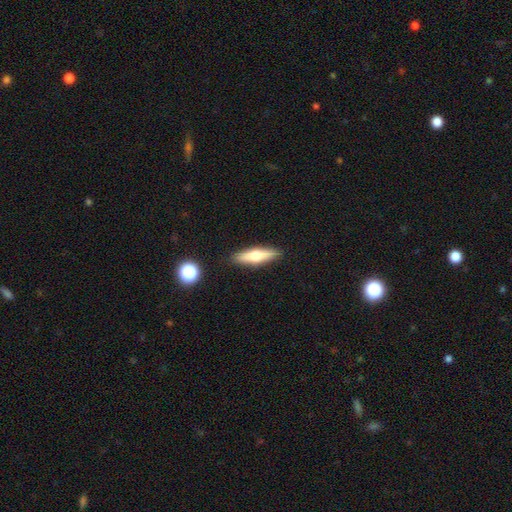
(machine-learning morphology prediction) smooth_or_featured: smooth (p=0.56) [alt: featured or disk p=0.37]
how_rounded: cigar-shaped (p=0.67) [alt: in between p=0.30]
merging: none (p=0.89) [alt: minor disturbance p=0.08]